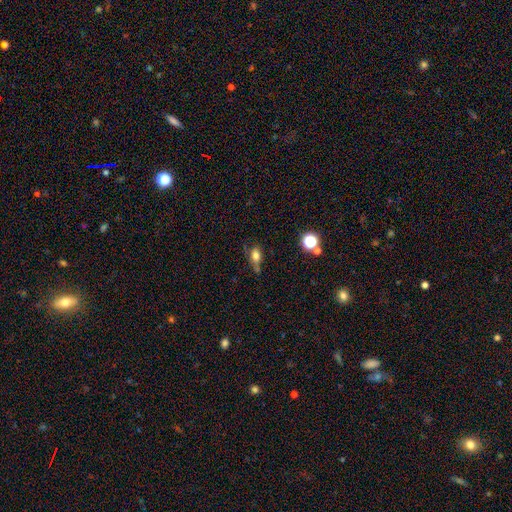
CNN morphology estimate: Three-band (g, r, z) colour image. It shows a smooth galaxy with no disk features (76%) that is in between round and cigar-shaped (77%). Merging: none (54%).